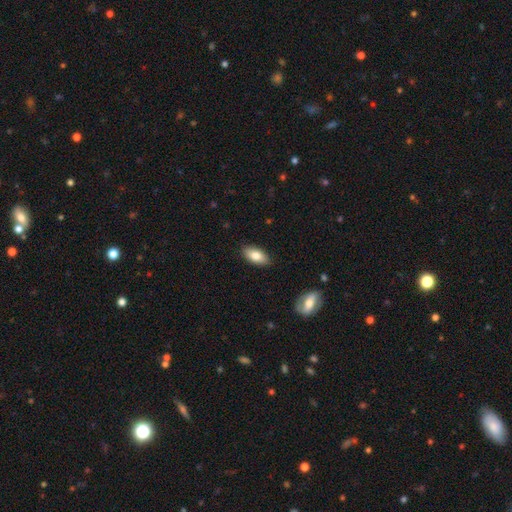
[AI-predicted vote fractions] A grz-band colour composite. It shows a smooth galaxy with no disk features (80%) that is in between round and cigar-shaped (90%). Merging: none (88%).